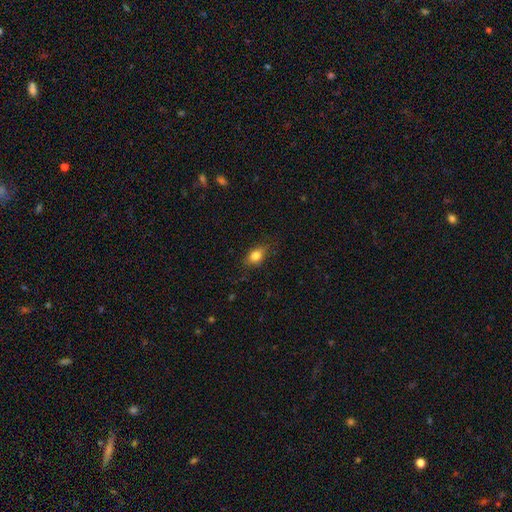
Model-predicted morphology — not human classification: smooth 81%, featured or disk 10%, star or artifact 9%. Down the decision tree: how rounded — in between (74%); merging — none (79%).